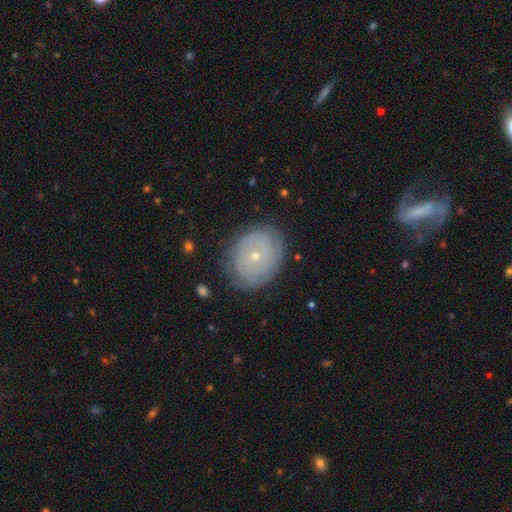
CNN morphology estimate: type=featured or disk (68%); edge-on=no (96%); bar=no (81%); spiral arms=yes (78%); winding=tight (76%); arm count=can't tell (48%); bulge=small (72%); merging=none (82%).